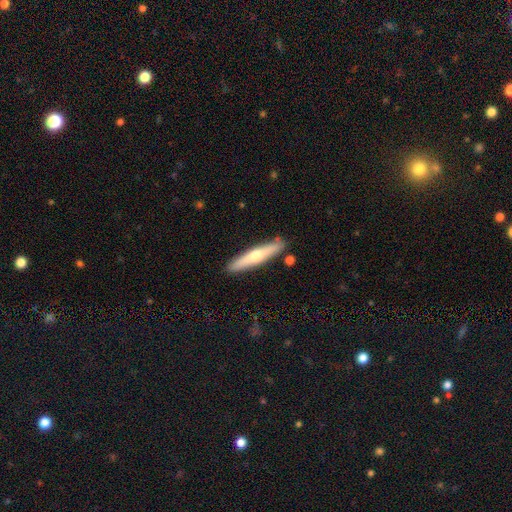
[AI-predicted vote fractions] This appears to be a smooth galaxy with no disk features (48%). Merging: none (88%).